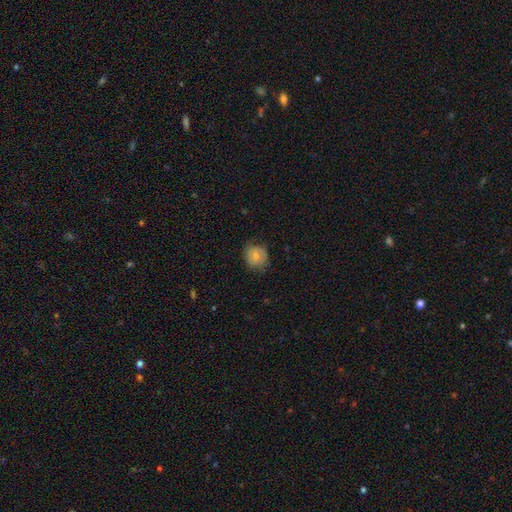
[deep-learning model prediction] Smooth or featured?
  - smooth: 74% *
  - featured or disk: 18%
  - star or artifact: 8%
How rounded?
  - round: 75% *
  - in between: 24%
  - cigar-shaped: 1%
Merging?
  - none: 67% *
  - minor disturbance: 25%
  - major disturbance: 7%
  - merger: 1%